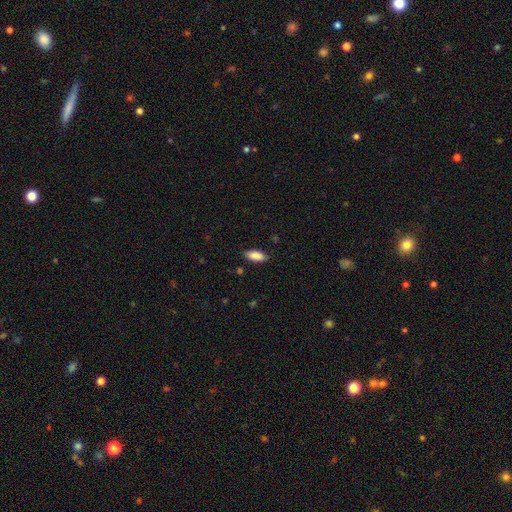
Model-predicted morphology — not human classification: A smooth galaxy with no disk features (89%) that is in between round and cigar-shaped (82%). Merging: none (86%).